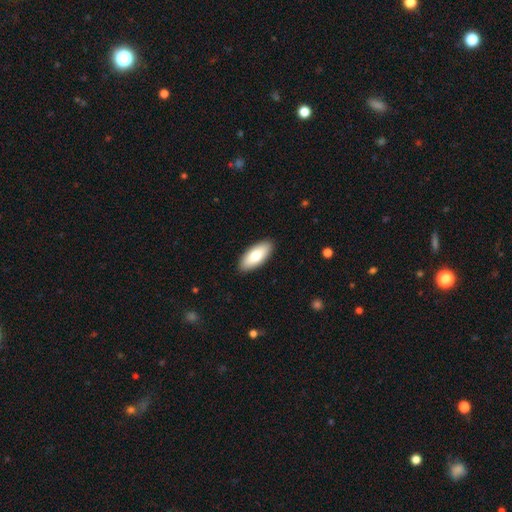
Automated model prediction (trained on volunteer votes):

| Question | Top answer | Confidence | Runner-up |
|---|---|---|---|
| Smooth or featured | smooth | 77% | featured or disk (18%) |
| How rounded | in between | 86% | cigar-shaped (12%) |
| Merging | none | 90% | minor disturbance (7%) |